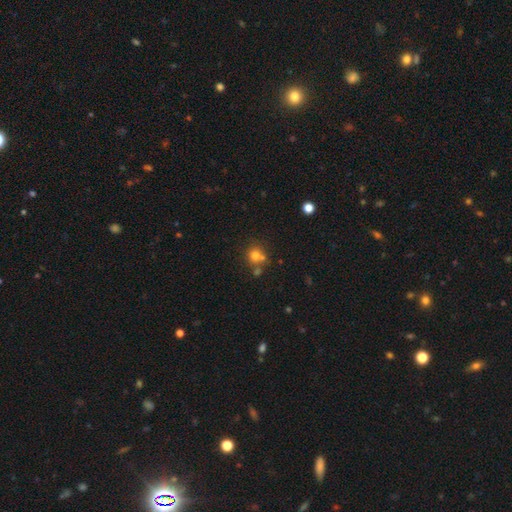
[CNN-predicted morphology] Q: Smooth or featured?
A: smooth (74%); runner-up: star or artifact (15%)
Q: How rounded?
A: round (86%); runner-up: in between (13%)
Q: Merging?
A: none (59%); runner-up: merger (26%)